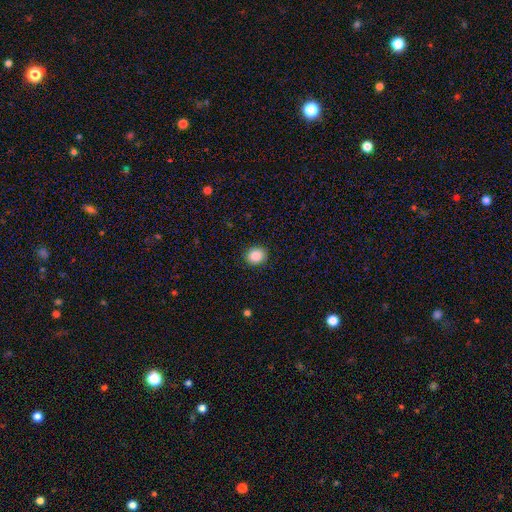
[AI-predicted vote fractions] This appears to be a smooth galaxy with no disk features (88%) that is round (75%). Merging: none (90%).